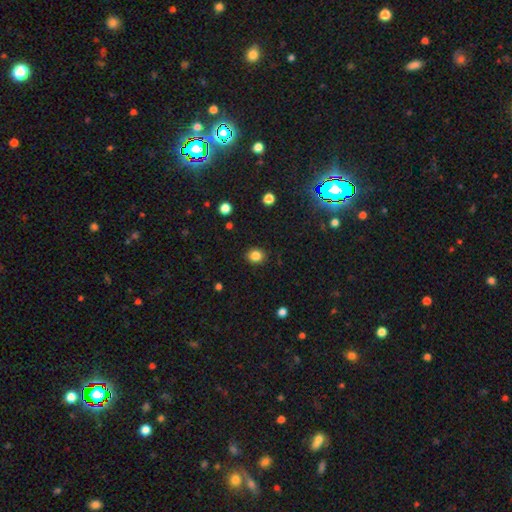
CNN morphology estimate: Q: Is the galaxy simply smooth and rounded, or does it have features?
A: smooth — 84%.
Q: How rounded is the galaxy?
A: round — 74%.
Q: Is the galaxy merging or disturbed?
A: none — 89%.